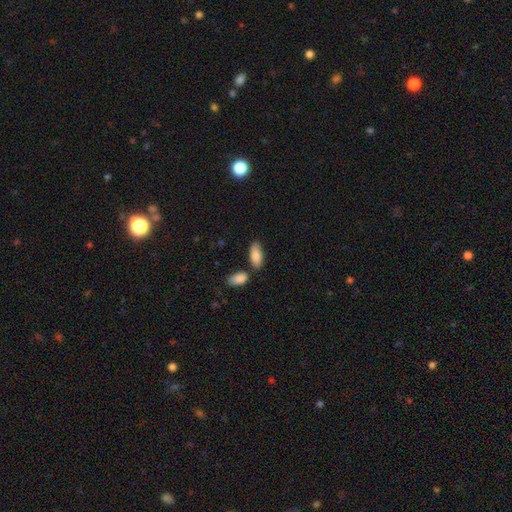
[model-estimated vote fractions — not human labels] Smooth or featured: smooth — 86% (featured or disk — 8%)
How rounded: in between — 85% (cigar-shaped — 12%)
Merging: none — 69% (merger — 14%)